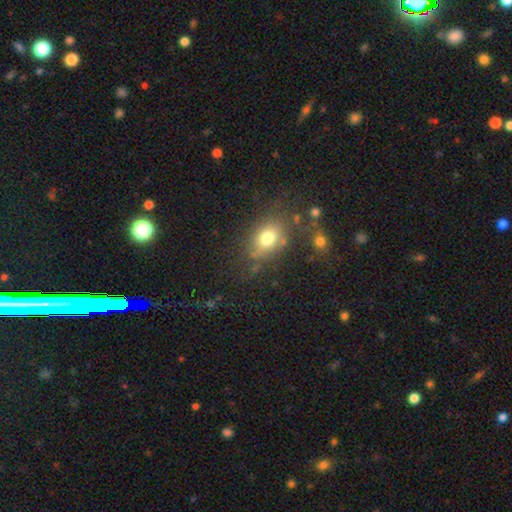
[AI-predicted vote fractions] The model was most divided on "how rounded": in between: 56%, round: 41%, cigar-shaped: 3%. More confident: merging — none (71%); smooth or featured — smooth (64%).